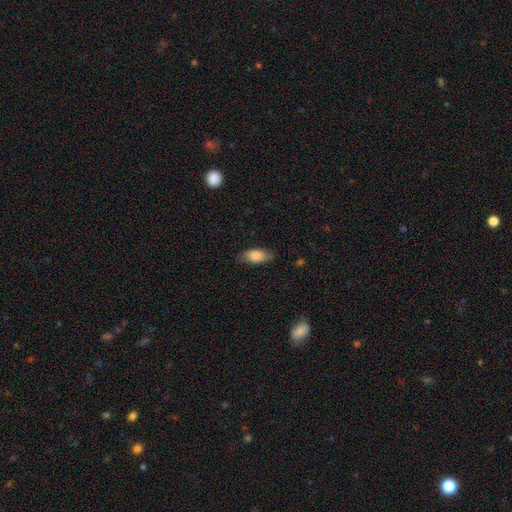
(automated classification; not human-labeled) The model was most divided on "merging": none: 80%, minor disturbance: 16%, major disturbance: 3%, merger: 1%. More confident: how rounded — in between (85%); smooth or featured — smooth (82%).